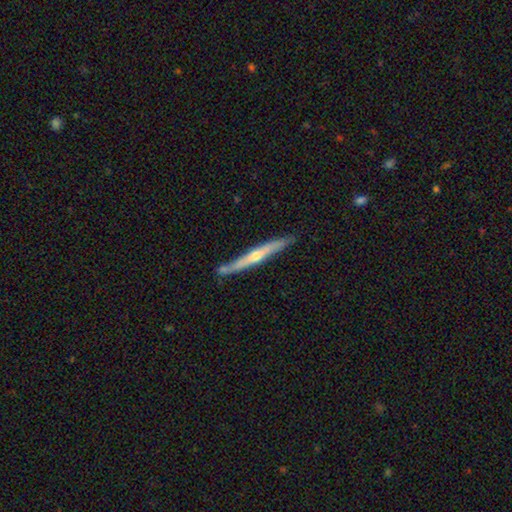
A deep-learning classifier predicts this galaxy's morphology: smooth-or-featured: featured or disk: 68% | smooth: 27% | star or artifact: 5%
  disk-edge-on: yes: 96% | no: 4%
    edge-on-bulge: rounded: 79% | none: 18% | boxy: 3%
  merging: none: 80% | minor disturbance: 13% | merger: 5% | major disturbance: 2%